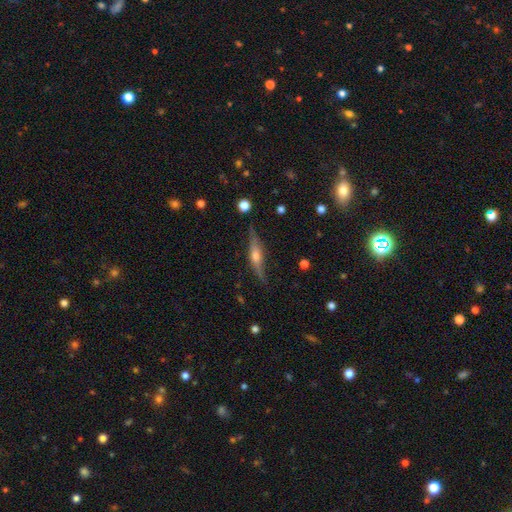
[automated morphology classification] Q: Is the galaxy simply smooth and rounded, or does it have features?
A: featured or disk — 68%.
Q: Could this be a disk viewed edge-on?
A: yes — 94%.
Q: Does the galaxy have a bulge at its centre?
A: rounded — 86%.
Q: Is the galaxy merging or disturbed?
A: none — 80%.